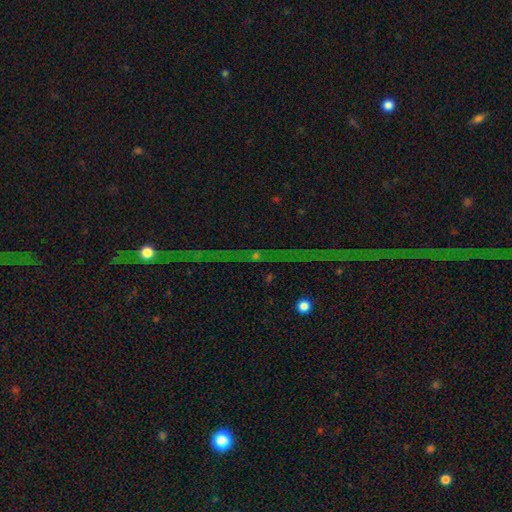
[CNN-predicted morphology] Smooth or featured? Predicted: star or artifact (p=0.77).